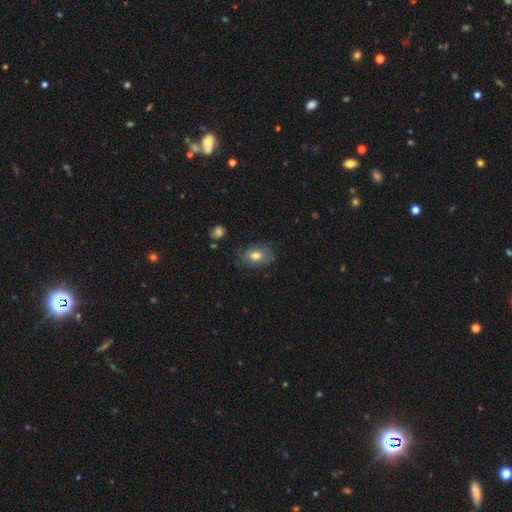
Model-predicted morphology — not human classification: Smooth or featured: smooth — 59% (featured or disk — 32%)
How rounded: in between — 76% (round — 23%)
Merging: none — 66% (minor disturbance — 23%)